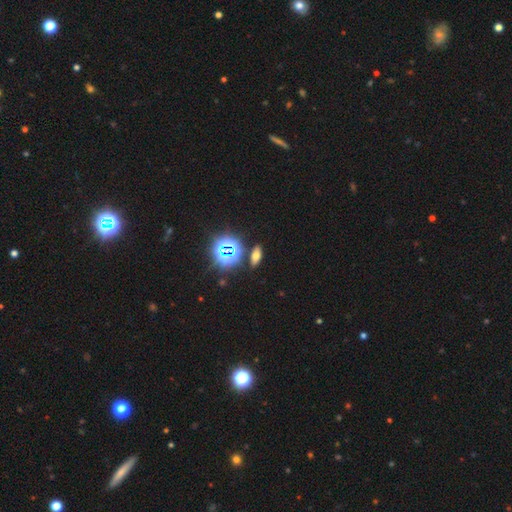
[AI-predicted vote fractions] This appears to be a smooth galaxy with no disk features (51%) that is in between round and cigar-shaped (67%). Merging: none (86%).